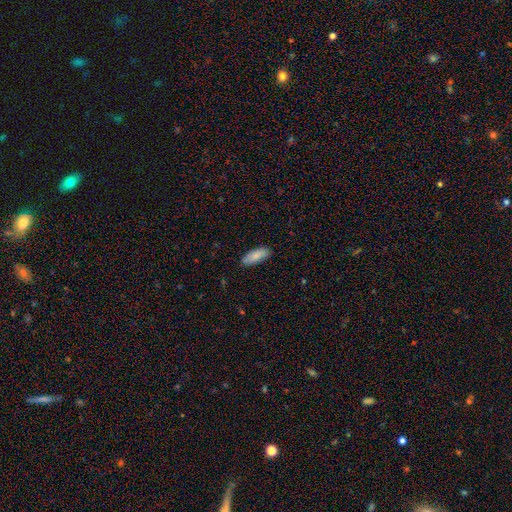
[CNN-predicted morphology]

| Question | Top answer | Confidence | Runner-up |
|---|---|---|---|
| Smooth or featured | smooth | 84% | featured or disk (10%) |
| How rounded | in between | 72% | cigar-shaped (27%) |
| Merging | none | 84% | minor disturbance (12%) |